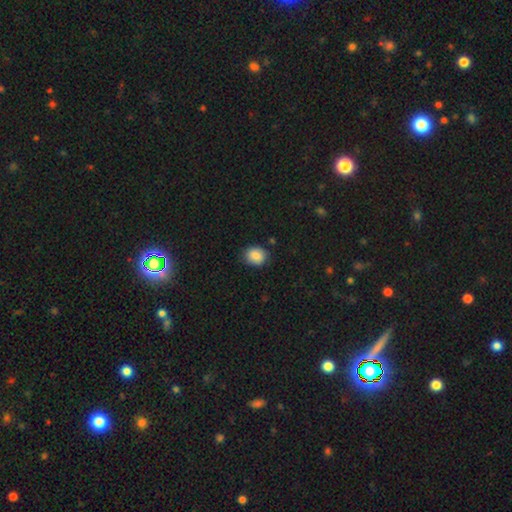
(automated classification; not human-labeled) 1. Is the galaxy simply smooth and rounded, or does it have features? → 84% smooth, 9% star or artifact, 7% featured or disk.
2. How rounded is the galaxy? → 63% round, 36% in between, 1% cigar-shaped.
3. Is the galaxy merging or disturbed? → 82% none, 14% minor disturbance, 3% major disturbance, 1% merger.